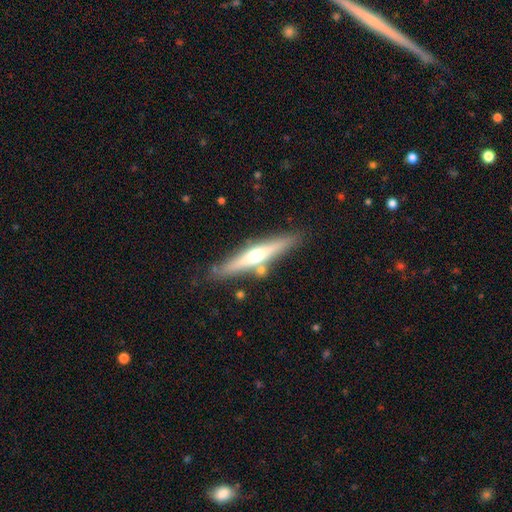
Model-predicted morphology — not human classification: Smooth or featured? Predicted: featured or disk (p=0.60). Edge-on disk? Predicted: yes (p=0.94). Edge-on bulge? Predicted: rounded (p=0.91). Merging? Predicted: none (p=0.81).